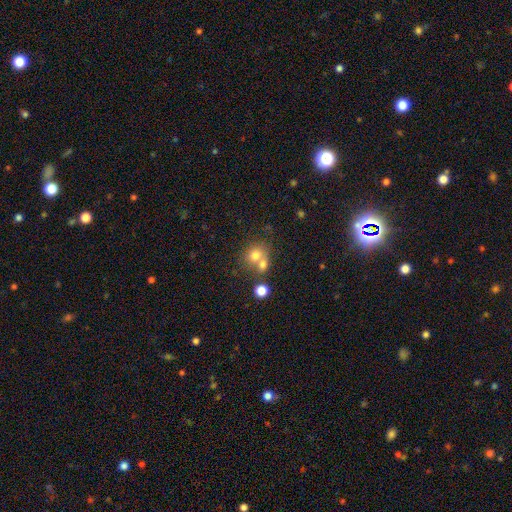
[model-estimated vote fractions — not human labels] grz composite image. It shows a smooth galaxy with no disk features (73%) that is round (70%). Merging: merger (48%).